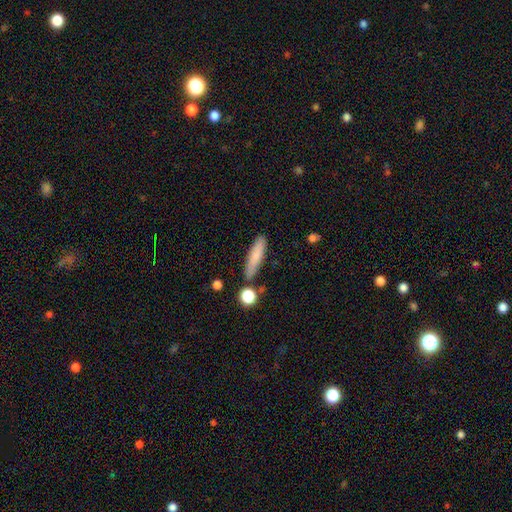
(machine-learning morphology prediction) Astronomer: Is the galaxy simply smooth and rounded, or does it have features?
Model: smooth — 80%.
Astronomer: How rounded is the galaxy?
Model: cigar-shaped — 82%.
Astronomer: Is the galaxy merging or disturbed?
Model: none — 80%.